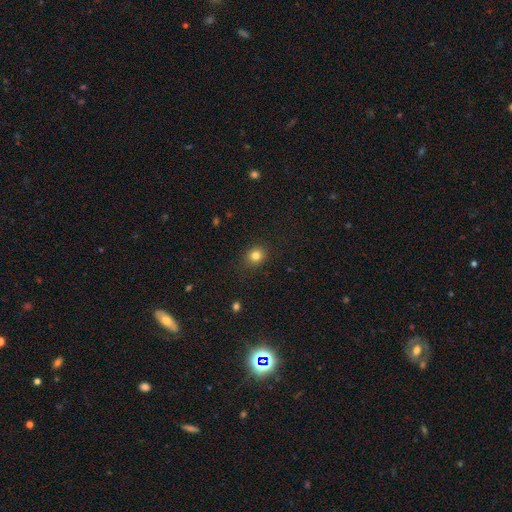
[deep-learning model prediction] smooth_or_featured: smooth (p=0.82) [alt: star or artifact p=0.12]
how_rounded: round (p=0.78) [alt: in between p=0.21]
merging: none (p=0.87) [alt: minor disturbance p=0.09]